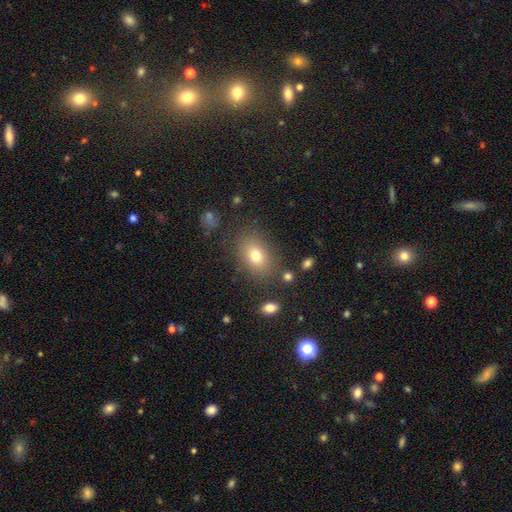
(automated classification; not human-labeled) This appears to be a smooth galaxy with no disk features (75%) that is in between round and cigar-shaped (73%). Merging: none (79%).